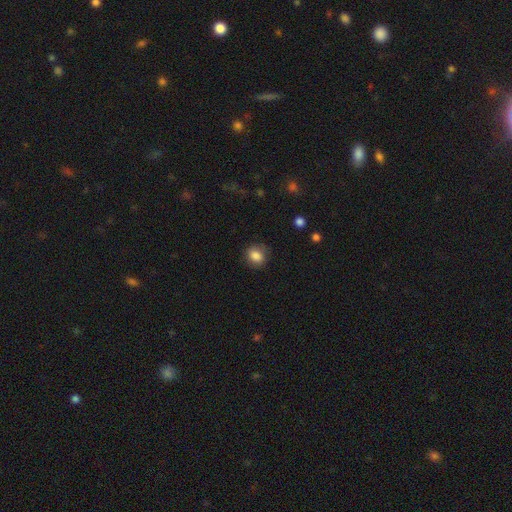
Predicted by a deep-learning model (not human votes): The model was most divided on "how rounded": round: 66%, in between: 33%, cigar-shaped: 1%. More confident: smooth or featured — smooth (85%); merging — none (79%).